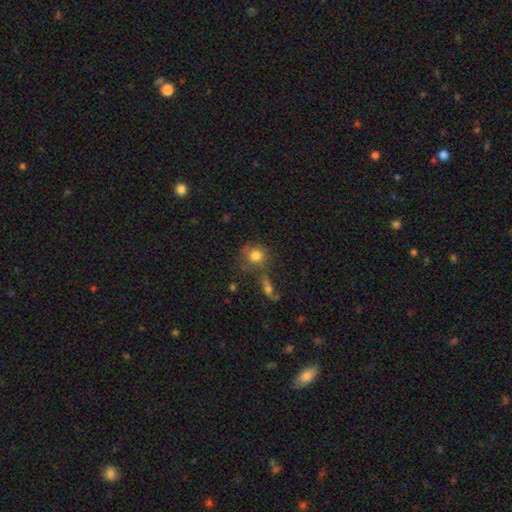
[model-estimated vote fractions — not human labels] This appears to be a smooth galaxy with no disk features (77%) that is round (82%). Merging: none (56%).